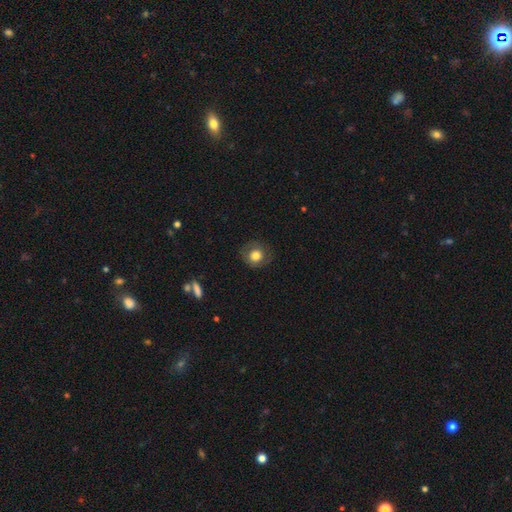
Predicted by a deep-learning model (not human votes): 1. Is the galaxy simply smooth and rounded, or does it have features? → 70% smooth, 21% featured or disk, 9% star or artifact.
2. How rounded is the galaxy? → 83% round, 16% in between, 1% cigar-shaped.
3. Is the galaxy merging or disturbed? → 79% none, 14% minor disturbance, 6% major disturbance, 1% merger.